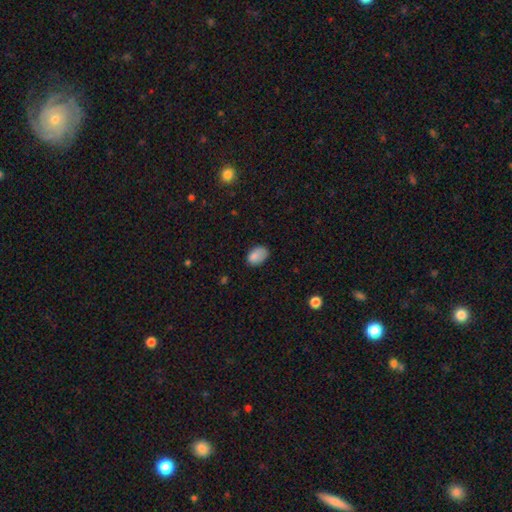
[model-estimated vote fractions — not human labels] The model was most divided on "merging": none: 65%, minor disturbance: 26%, major disturbance: 7%, merger: 2%. More confident: how rounded — in between (88%); smooth or featured — smooth (84%).